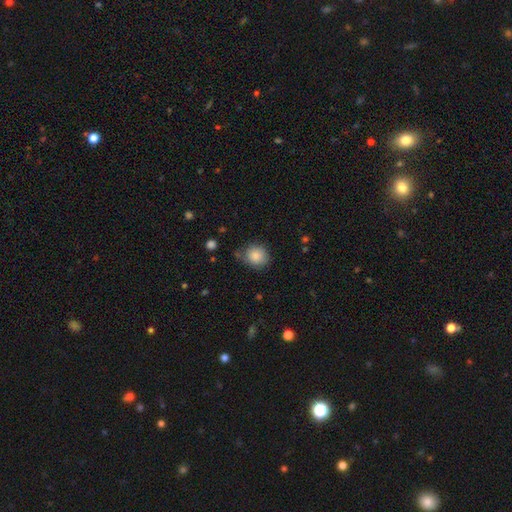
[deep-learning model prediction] This appears to be a smooth galaxy with no disk features (87%) that is round (80%). Merging: none (72%).